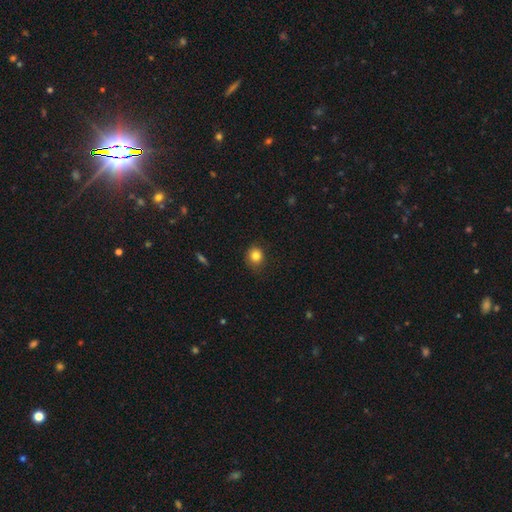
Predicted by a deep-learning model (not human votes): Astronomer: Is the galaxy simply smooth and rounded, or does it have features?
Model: smooth — 83%.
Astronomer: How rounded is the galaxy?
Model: round — 77%.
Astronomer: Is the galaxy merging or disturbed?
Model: none — 80%.